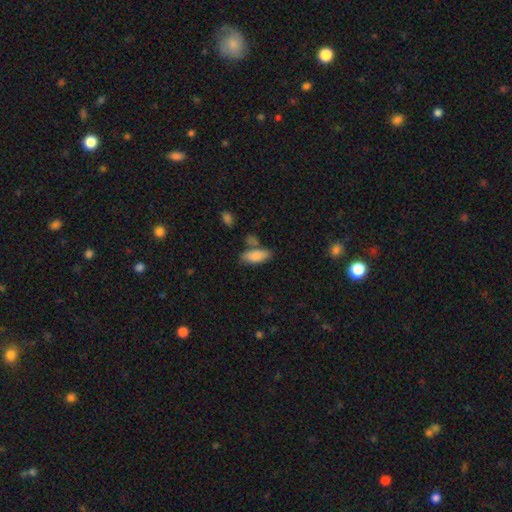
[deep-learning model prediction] A smooth galaxy with no disk features (85%) that is in between round and cigar-shaped (82%). Merging: none (63%).